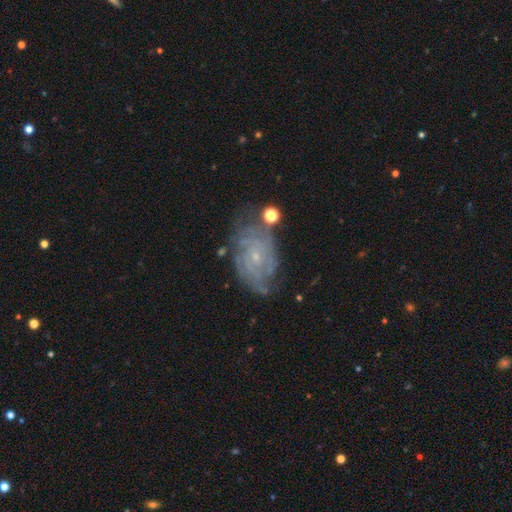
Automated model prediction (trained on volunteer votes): This appears to be a featured or disk galaxy (76%) with no bar (77%), tight (64%) spiral arms (87%) and a small central bulge (84%). Merging: none (62%).